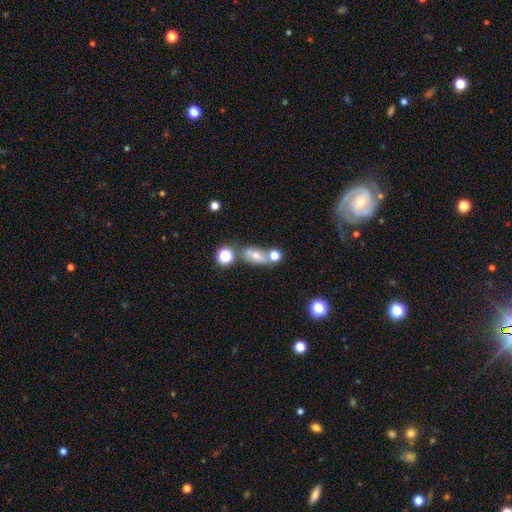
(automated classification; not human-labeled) Q: Smooth or featured?
A: smooth (56%); runner-up: featured or disk (28%)
Q: How rounded?
A: in between (65%); runner-up: round (19%)
Q: Merging?
A: none (49%); runner-up: merger (27%)